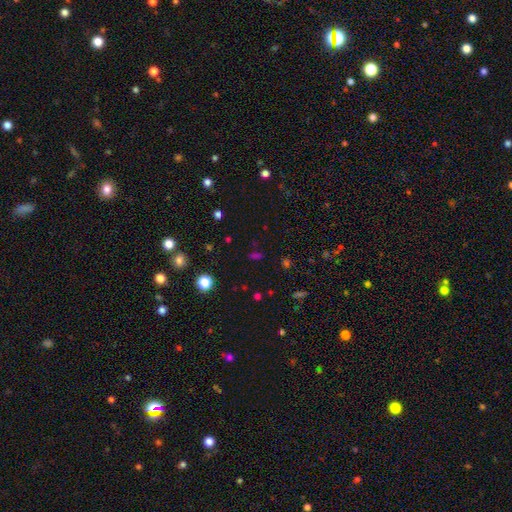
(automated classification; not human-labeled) Smooth or featured?
  - star or artifact: 46% * (tied)
  - smooth: 46% * (tied)
  - featured or disk: 7%